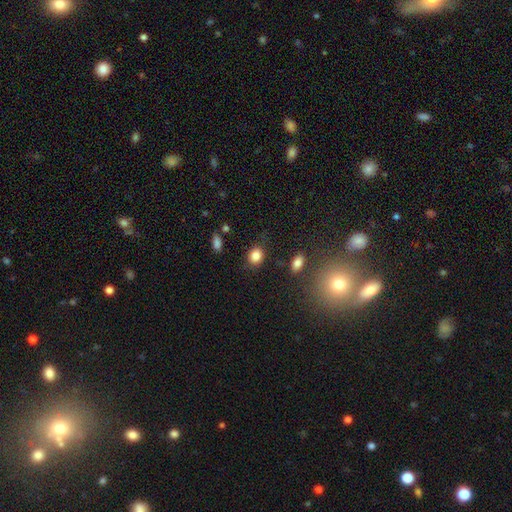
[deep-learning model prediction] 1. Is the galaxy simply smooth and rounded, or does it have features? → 85% smooth, 10% star or artifact, 5% featured or disk.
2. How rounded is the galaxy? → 54% round, 45% in between, 1% cigar-shaped.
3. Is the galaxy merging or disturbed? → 79% none, 14% minor disturbance, 4% major disturbance, 3% merger.